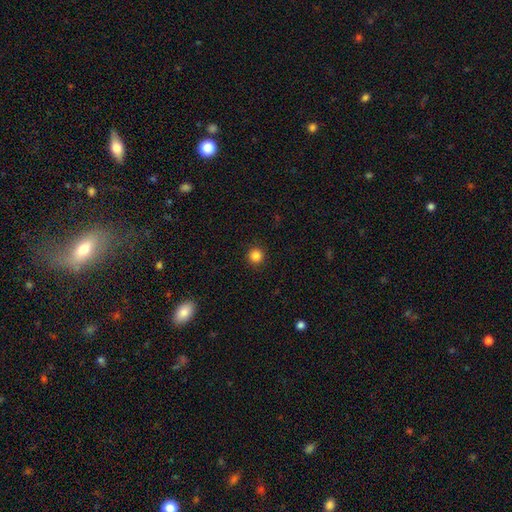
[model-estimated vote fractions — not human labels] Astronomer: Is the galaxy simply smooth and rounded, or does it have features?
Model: smooth — 85%.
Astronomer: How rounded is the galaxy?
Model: round — 95%.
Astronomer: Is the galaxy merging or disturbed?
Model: none — 92%.